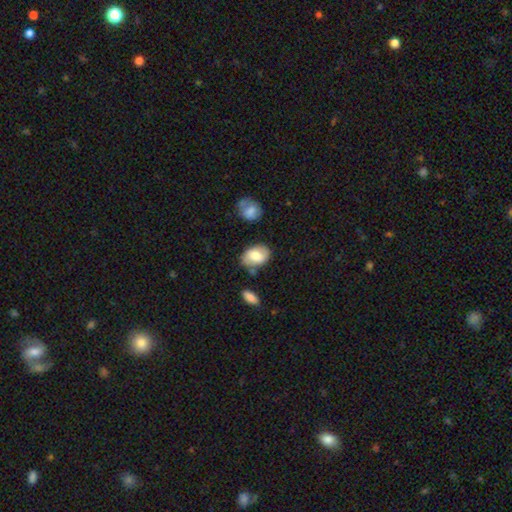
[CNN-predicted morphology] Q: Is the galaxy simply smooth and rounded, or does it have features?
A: smooth — 68%.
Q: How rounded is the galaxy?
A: in between — 82%.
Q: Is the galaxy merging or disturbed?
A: none — 68%.